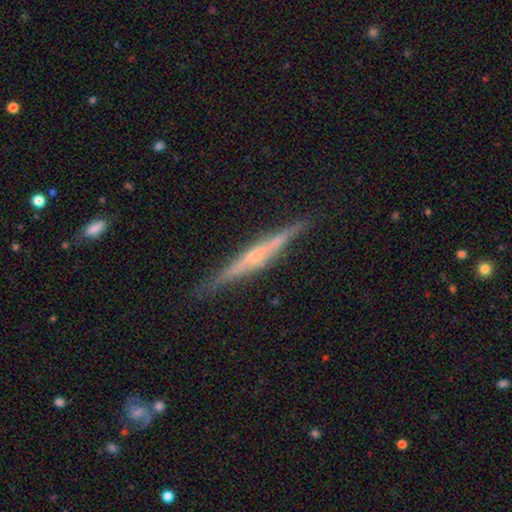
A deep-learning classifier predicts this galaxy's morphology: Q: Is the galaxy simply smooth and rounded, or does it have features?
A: featured or disk — 78%.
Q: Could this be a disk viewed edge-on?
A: yes — 98%.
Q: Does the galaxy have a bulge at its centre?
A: rounded — 67%.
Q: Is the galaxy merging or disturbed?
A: none — 89%.